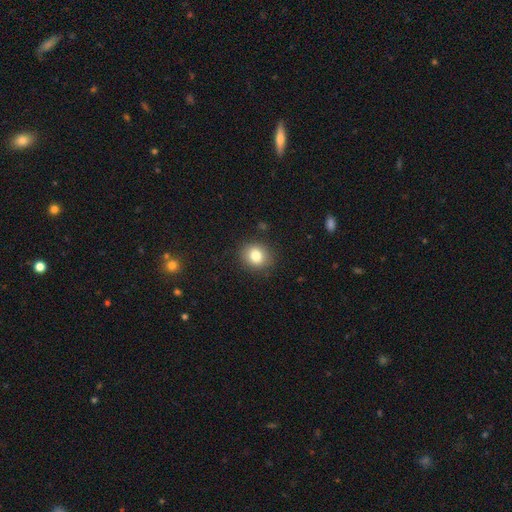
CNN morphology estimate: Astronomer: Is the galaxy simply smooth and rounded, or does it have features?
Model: smooth — 82%.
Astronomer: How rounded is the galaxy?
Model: round — 72%.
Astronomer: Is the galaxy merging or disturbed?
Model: none — 88%.